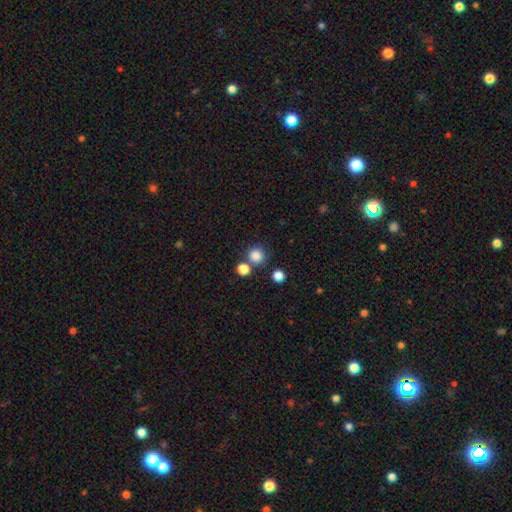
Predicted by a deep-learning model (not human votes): smooth_or_featured: smooth (p=0.83) [alt: star or artifact p=0.12]
how_rounded: round (p=0.92) [alt: in between p=0.07]
merging: none (p=0.70) [alt: merger p=0.19]